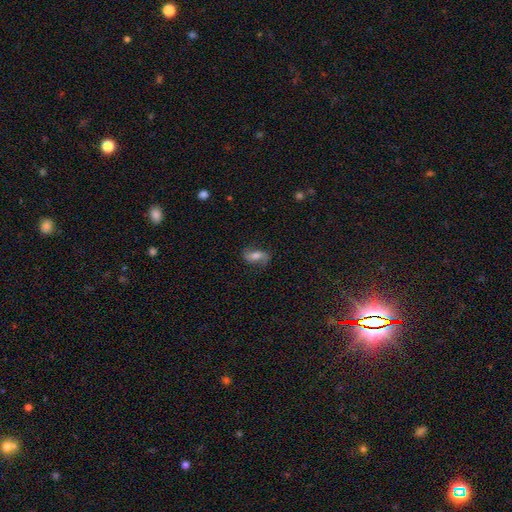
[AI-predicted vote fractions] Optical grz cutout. It shows a featured or disk galaxy (54%). Merging: none (74%).